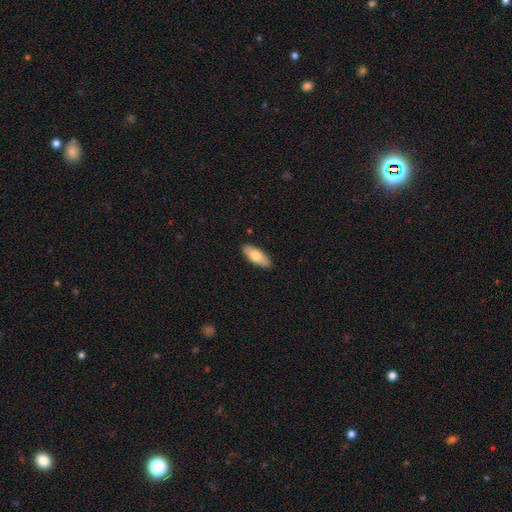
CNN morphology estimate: Smooth or featured? Predicted: smooth (p=0.74). How rounded? Predicted: in between (p=0.77). Merging? Predicted: none (p=0.89).